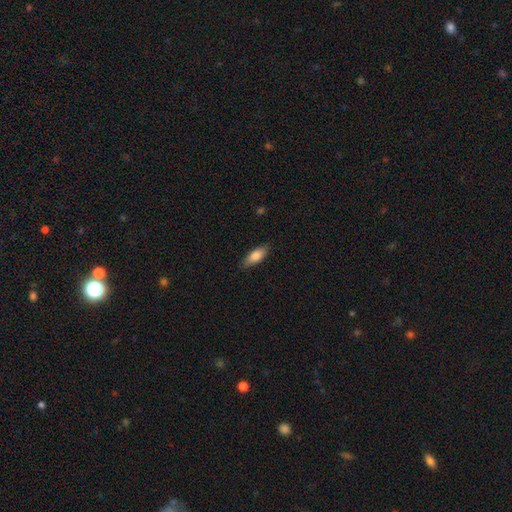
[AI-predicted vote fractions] smooth_or_featured: smooth (p=0.80) [alt: featured or disk p=0.14]
how_rounded: in between (p=0.72) [alt: cigar-shaped p=0.26]
merging: none (p=0.84) [alt: minor disturbance p=0.13]